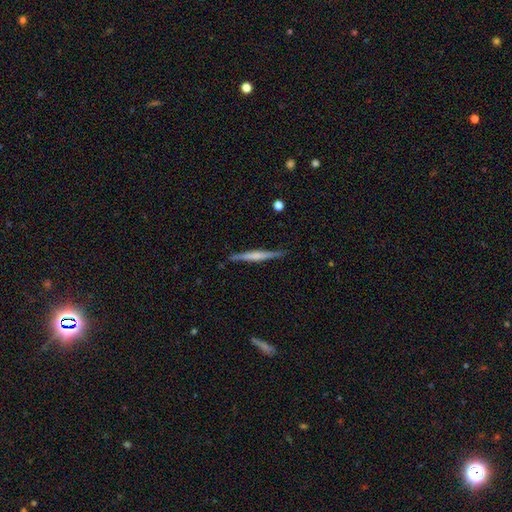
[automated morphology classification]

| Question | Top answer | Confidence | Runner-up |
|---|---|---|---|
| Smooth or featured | featured or disk | 62% | smooth (32%) |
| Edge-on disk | yes | 98% | no (2%) |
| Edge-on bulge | rounded | 45% | none (31%) |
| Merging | none | 89% | minor disturbance (8%) |